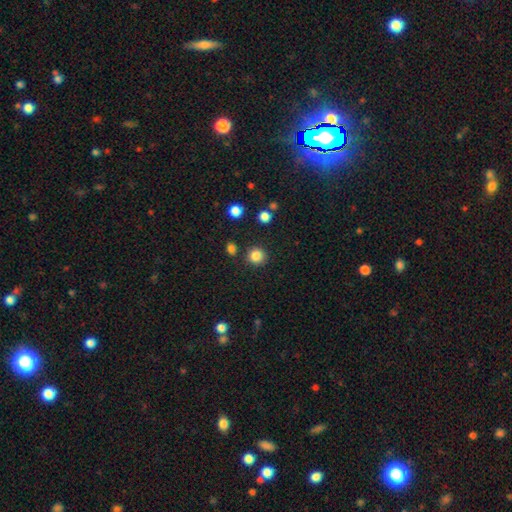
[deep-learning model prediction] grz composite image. It shows a smooth galaxy with no disk features (85%) that is round (92%). Merging: none (87%).